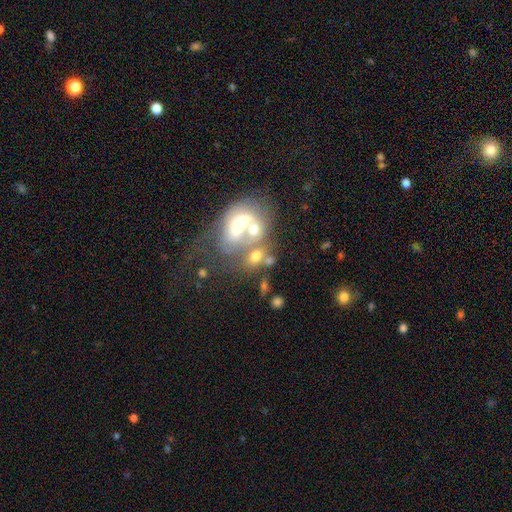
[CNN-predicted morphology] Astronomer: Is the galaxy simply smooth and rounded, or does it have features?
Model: featured or disk — 44% (runner-up: smooth, 41%).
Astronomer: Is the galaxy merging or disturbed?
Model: merger — 59%.